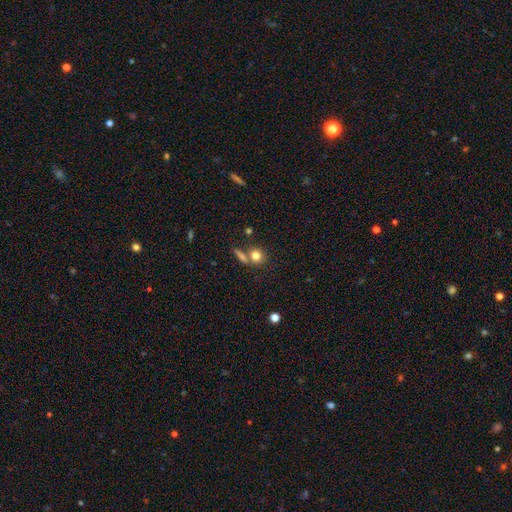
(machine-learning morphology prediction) A smooth galaxy with no disk features (80%) that is round (81%). Merging: none (61%).